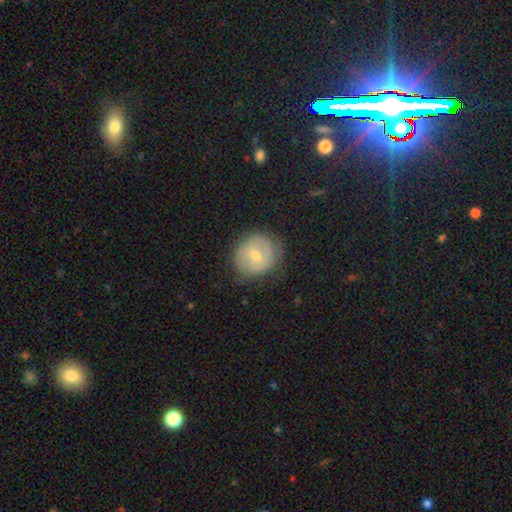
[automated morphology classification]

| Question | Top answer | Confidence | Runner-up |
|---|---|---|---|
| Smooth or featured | featured or disk | 50% | smooth (42%) |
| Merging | none | 77% | minor disturbance (17%) |